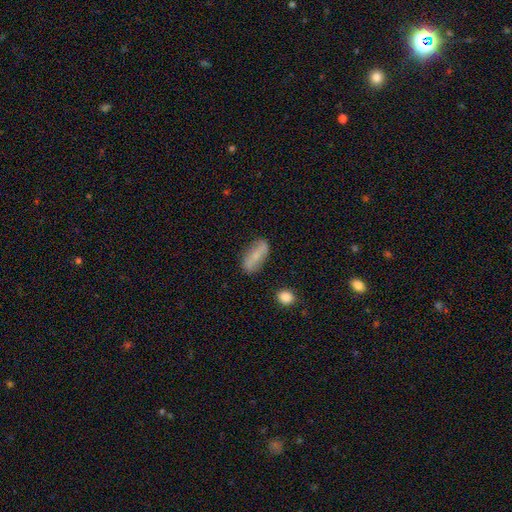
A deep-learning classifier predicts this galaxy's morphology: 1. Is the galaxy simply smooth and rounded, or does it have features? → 53% smooth, 39% featured or disk, 8% star or artifact.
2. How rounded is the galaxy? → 71% in between, 24% cigar-shaped, 5% round.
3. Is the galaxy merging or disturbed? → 78% none, 16% minor disturbance, 4% major disturbance, 2% merger.